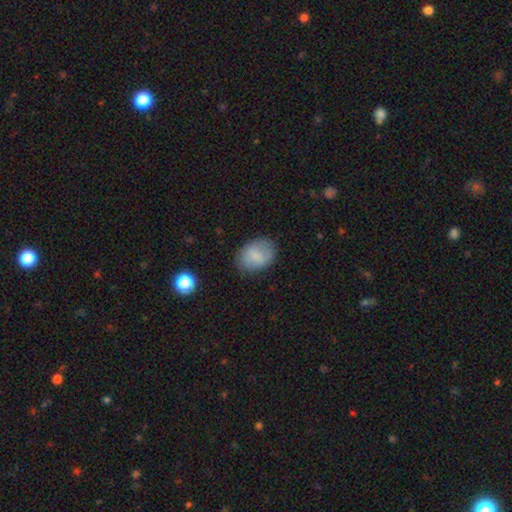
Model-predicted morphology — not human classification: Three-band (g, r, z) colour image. It shows a smooth galaxy with no disk features (78%) that is in between round and cigar-shaped (73%). Merging: none (76%).